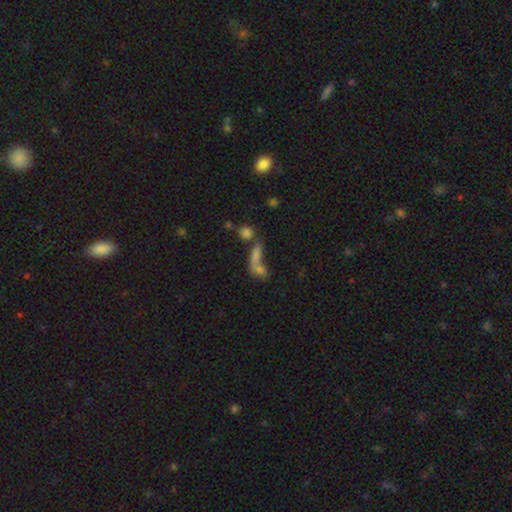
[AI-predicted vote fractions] This appears to be a smooth galaxy with no disk features (61%) that is in between round and cigar-shaped (46%). Merging: merger (49%).